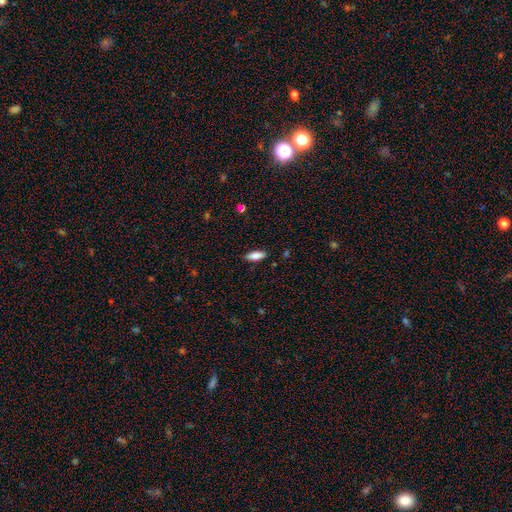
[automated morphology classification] smooth-or-featured: smooth: 82% | featured or disk: 11% | star or artifact: 7%
  how-rounded: in between: 72% | cigar-shaped: 26% | round: 2%
  merging: none: 85% | minor disturbance: 12% | major disturbance: 2% | merger: 1%